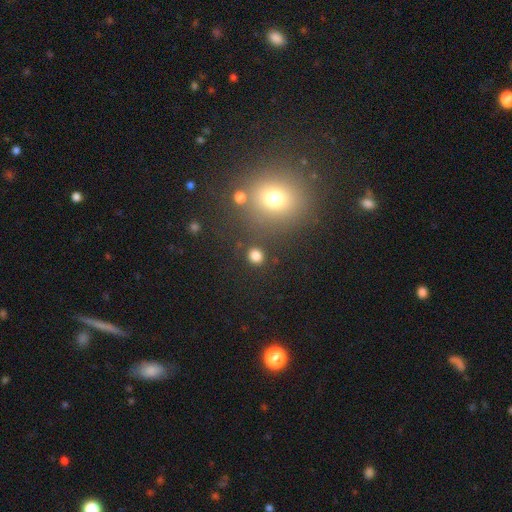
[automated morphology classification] Smooth or featured: smooth — 81% (star or artifact — 15%)
How rounded: round — 82% (in between — 17%)
Merging: none — 86% (minor disturbance — 7%)